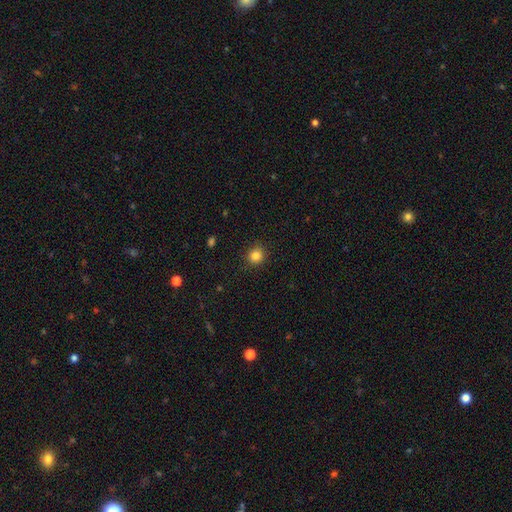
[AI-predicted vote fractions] Overall: smooth (84%). How rounded: round (90%). Merging: none (90%).